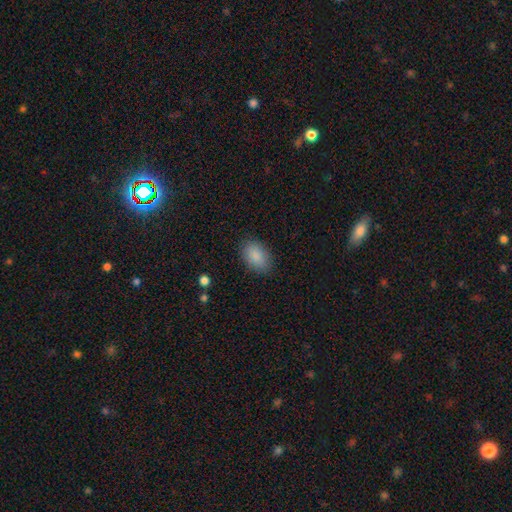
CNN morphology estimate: smooth-or-featured: smooth: 88% | star or artifact: 7% | featured or disk: 5%
  how-rounded: in between: 87% | round: 12% | cigar-shaped: 1%
  merging: none: 86% | minor disturbance: 10% | major disturbance: 3% | merger: 1%